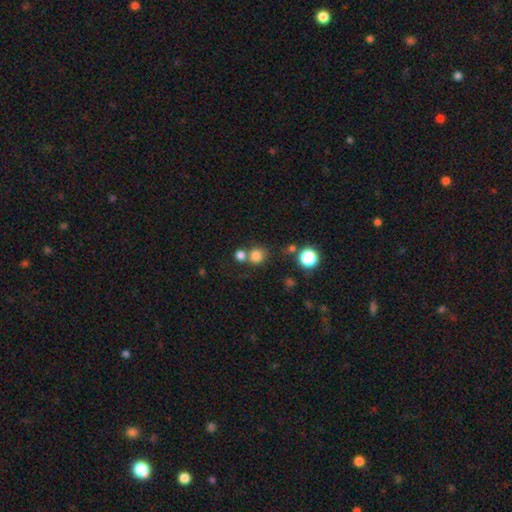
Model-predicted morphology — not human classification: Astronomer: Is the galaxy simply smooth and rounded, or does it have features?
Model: smooth — 79%.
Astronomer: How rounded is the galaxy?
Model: round — 88%.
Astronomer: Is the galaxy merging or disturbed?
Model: none — 61%.